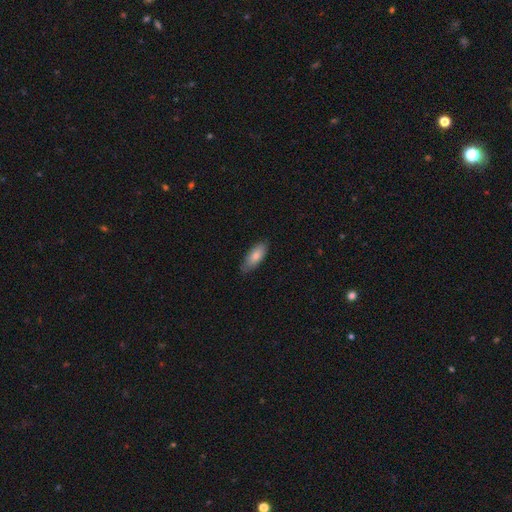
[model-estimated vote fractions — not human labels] Smooth or featured: smooth — 80% (featured or disk — 14%)
How rounded: in between — 78% (cigar-shaped — 20%)
Merging: none — 77% (minor disturbance — 19%)